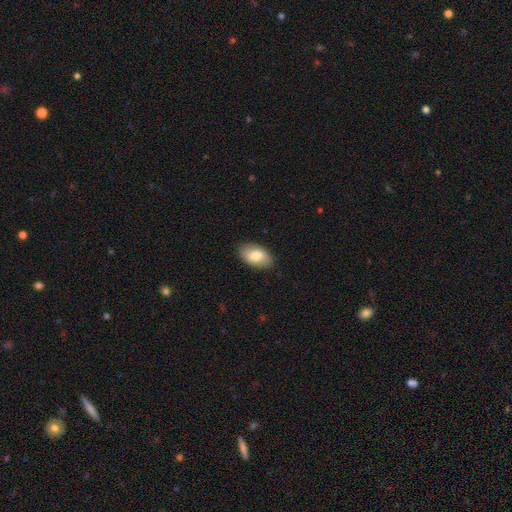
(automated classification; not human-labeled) A smooth galaxy with no disk features (77%) that is in between round and cigar-shaped (94%).

Vote fractions:
- Smooth or featured? smooth: 77% / featured or disk: 17% / star or artifact: 6%
- How rounded? in between: 94% / round: 5% / cigar-shaped: 2%
- Merging? none: 87% / minor disturbance: 10% / major disturbance: 2% / merger: 1%